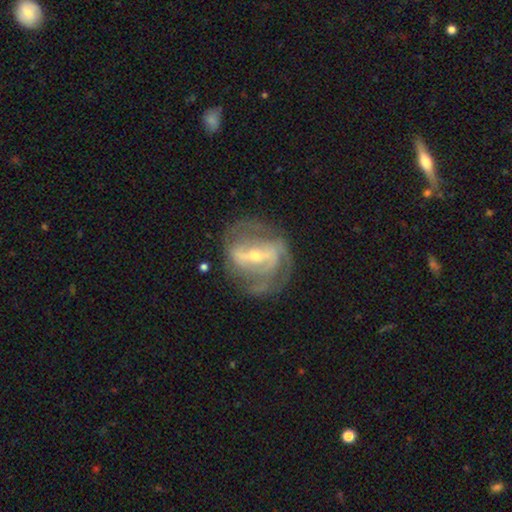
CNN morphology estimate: A featured or disk galaxy (86%) with a strong bar (60%), 2 (46%) medium (44%) spiral arms (88%) and a small central bulge (56%).

Vote fractions:
- Smooth or featured? featured or disk: 86% / smooth: 8% / star or artifact: 6%
- Edge-on disk? no: 95% / yes: 5%
- Bar? strong: 60% / weak: 29% / no: 11%
- Spiral arms? yes: 88% / no: 12%
- Spiral winding? medium: 44% / tight: 38% / loose: 18%
- Spiral arm count? 2: 46% / can't tell: 23% / 3: 19% / 4: 6% / 1: 4% / more than 4: 3%
- Bulge size? small: 56% / moderate: 40% / large: 2% / none: 1% / dominant: 1%
- Merging? none: 64% / minor disturbance: 19% / major disturbance: 15% / merger: 2%